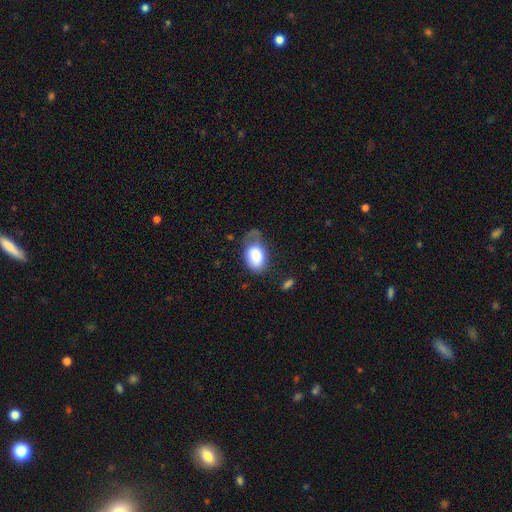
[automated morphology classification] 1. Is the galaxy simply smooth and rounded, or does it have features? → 80% smooth, 13% featured or disk, 7% star or artifact.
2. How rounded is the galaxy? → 84% in between, 15% round, 1% cigar-shaped.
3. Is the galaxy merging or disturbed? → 35% minor disturbance, 33% none, 27% major disturbance, 5% merger.